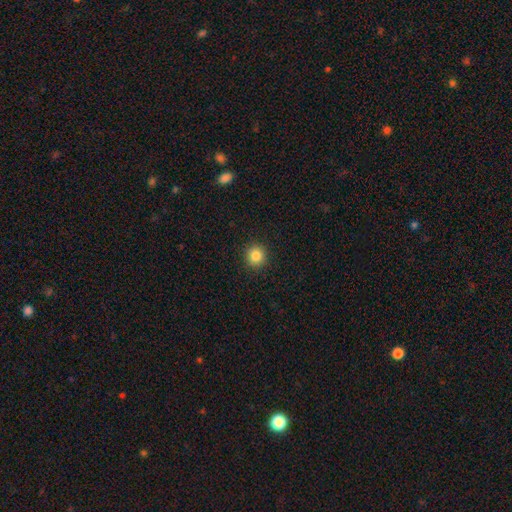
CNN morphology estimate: type=smooth (85%); roundness=round (92%); merging=none (92%).